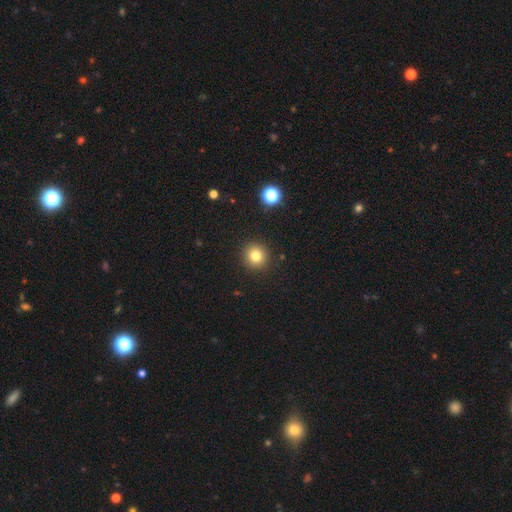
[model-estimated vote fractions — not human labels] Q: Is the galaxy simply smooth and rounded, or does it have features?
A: smooth — 80%.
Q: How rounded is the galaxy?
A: round — 93%.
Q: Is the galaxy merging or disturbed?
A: none — 92%.